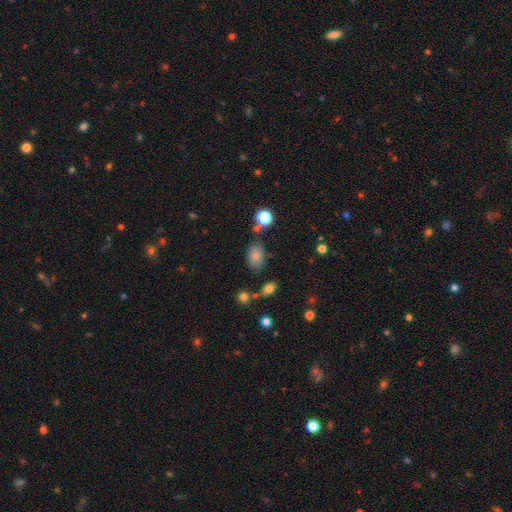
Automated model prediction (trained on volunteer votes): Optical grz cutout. It shows a smooth galaxy with no disk features (79%) that is in between round and cigar-shaped (84%). Merging: none (68%).